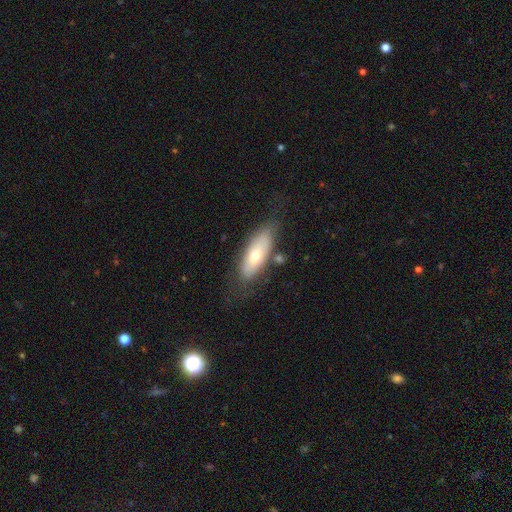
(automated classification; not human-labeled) The model was most divided on "smooth or featured": smooth: 56%, featured or disk: 37%, star or artifact: 7%. More confident: how rounded — in between (72%); merging — none (71%).